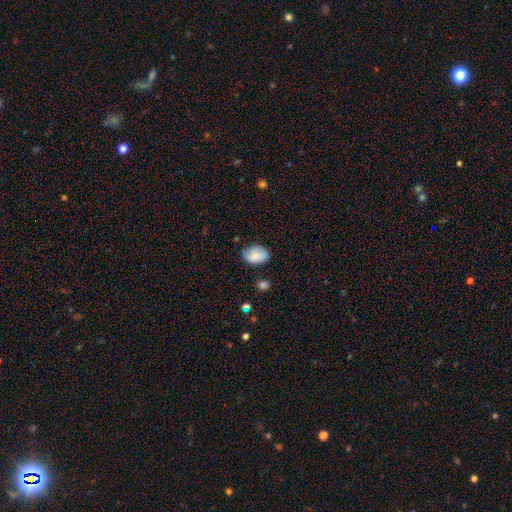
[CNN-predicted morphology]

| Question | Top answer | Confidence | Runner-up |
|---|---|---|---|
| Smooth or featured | smooth | 82% | featured or disk (11%) |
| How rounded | in between | 83% | round (16%) |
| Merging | none | 65% | minor disturbance (27%) |